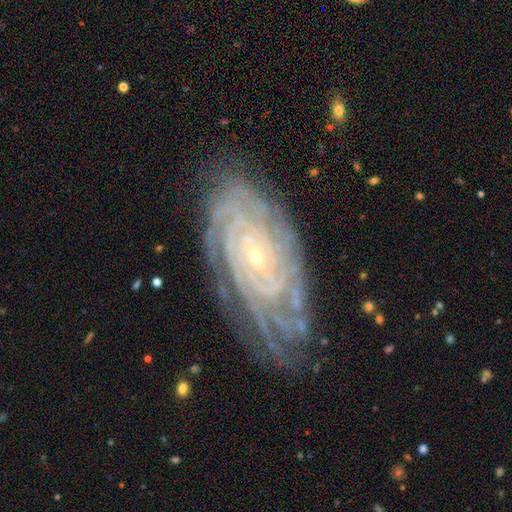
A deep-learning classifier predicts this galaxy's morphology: A featured or disk galaxy (88%) with no bar (66%), tight (86%) spiral arms (98%) and a small central bulge (84%). Merging: none (77%).